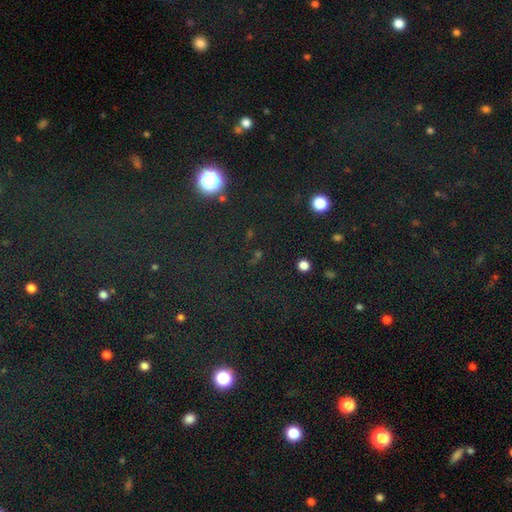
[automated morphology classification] type=star or artifact (67%).